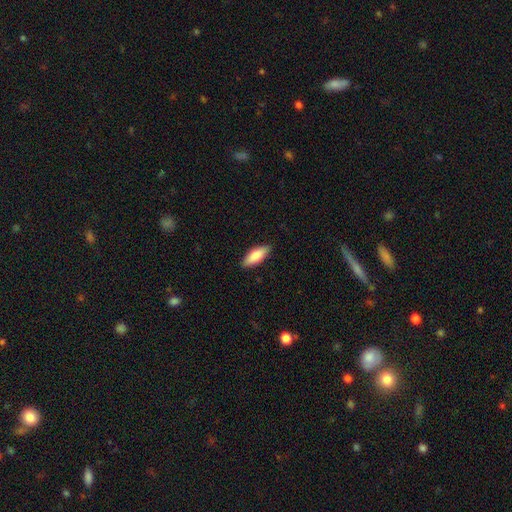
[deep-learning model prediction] A smooth galaxy with no disk features (82%) that is in between round and cigar-shaped (72%).

Vote fractions:
- Smooth or featured? smooth: 82% / featured or disk: 12% / star or artifact: 6%
- How rounded? in between: 72% / cigar-shaped: 26% / round: 2%
- Merging? none: 87% / minor disturbance: 10% / major disturbance: 2% / merger: 1%